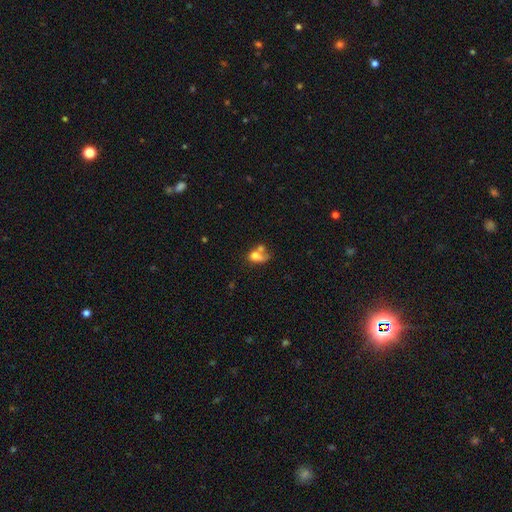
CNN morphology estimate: Overall: smooth (65%). How rounded: in between (69%). Merging: merger (51%; none 22%).